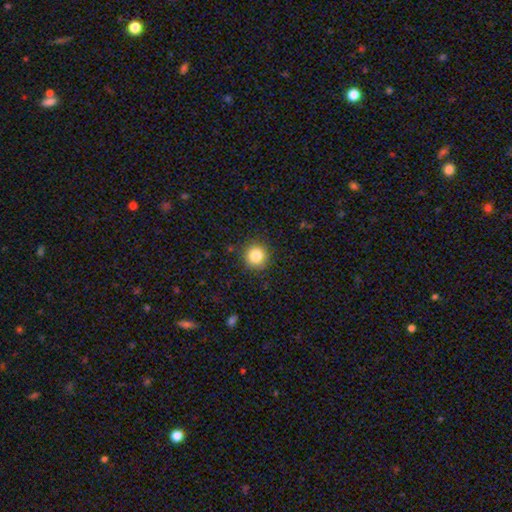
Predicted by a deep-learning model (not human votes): Smooth or featured? Predicted: smooth (p=0.83). How rounded? Predicted: round (p=0.94). Merging? Predicted: none (p=0.89).